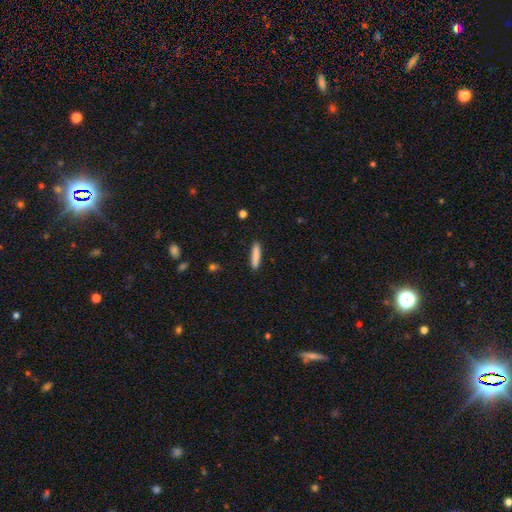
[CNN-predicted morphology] smooth-or-featured: smooth: 84% | featured or disk: 9% | star or artifact: 6%
  how-rounded: cigar-shaped: 90% | in between: 9% | round: 1%
  merging: none: 89% | minor disturbance: 8% | major disturbance: 2% | merger: 1%